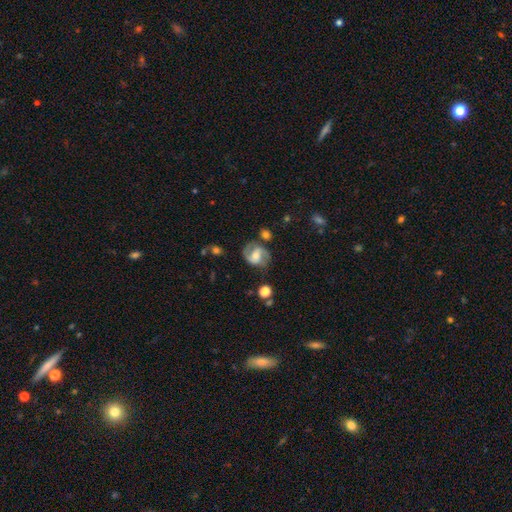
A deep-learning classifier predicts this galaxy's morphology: A featured or disk galaxy (76%) with a weak bar (45%), 2 (88%) medium (51%) spiral arms (91%) and a moderate central bulge (60%). Merging: none (73%).